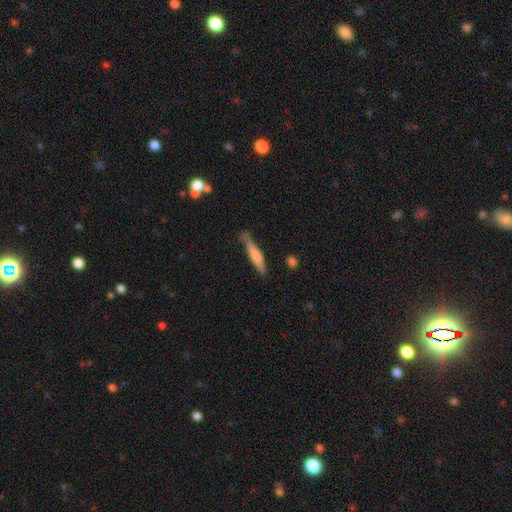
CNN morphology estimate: type=smooth (51%); roundness=cigar-shaped (90%); merging=none (71%).